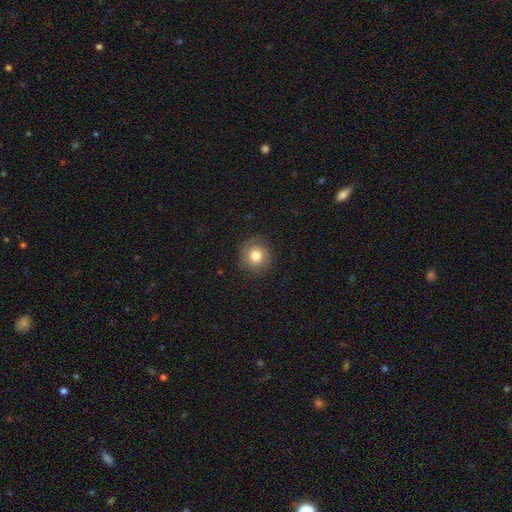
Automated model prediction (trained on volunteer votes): Smooth or featured? Predicted: smooth (p=0.76). How rounded? Predicted: round (p=0.92). Merging? Predicted: none (p=0.84).